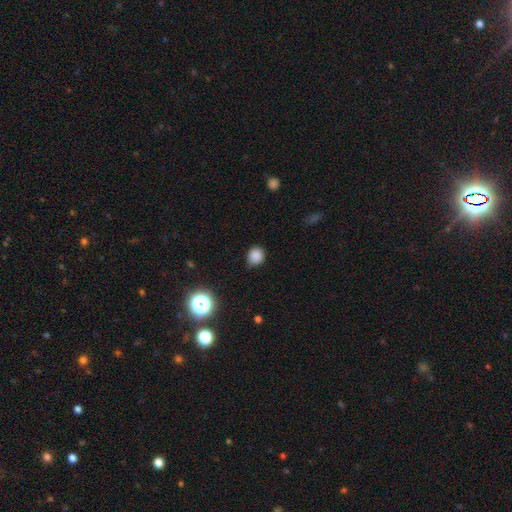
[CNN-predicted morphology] Overall: smooth (83%). How rounded: round (82%). Merging: none (77%).